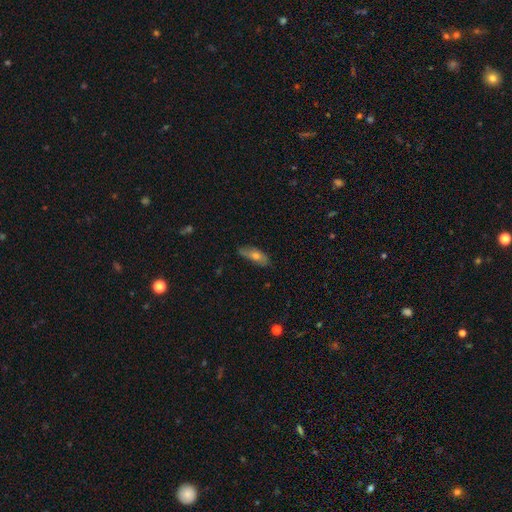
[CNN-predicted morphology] Smooth or featured?
  - smooth: 53% *
  - featured or disk: 38%
  - star or artifact: 8%
How rounded?
  - in between: 62% *
  - cigar-shaped: 35%
  - round: 4%
Merging?
  - none: 75% *
  - minor disturbance: 20%
  - major disturbance: 4%
  - merger: 1%